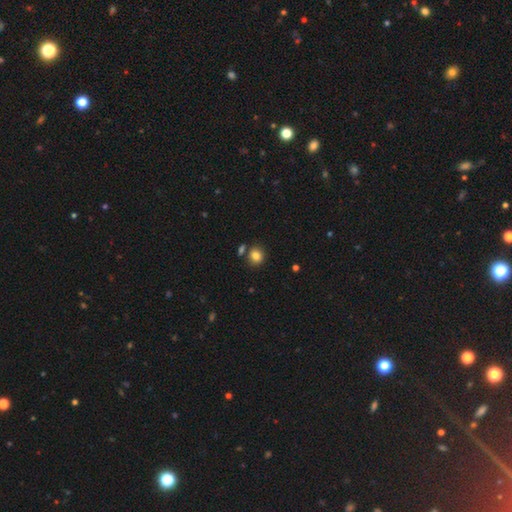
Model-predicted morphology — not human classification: smooth_or_featured: smooth (p=0.83) [alt: star or artifact p=0.11]
how_rounded: round (p=0.77) [alt: in between p=0.22]
merging: none (p=0.75) [alt: merger p=0.12]